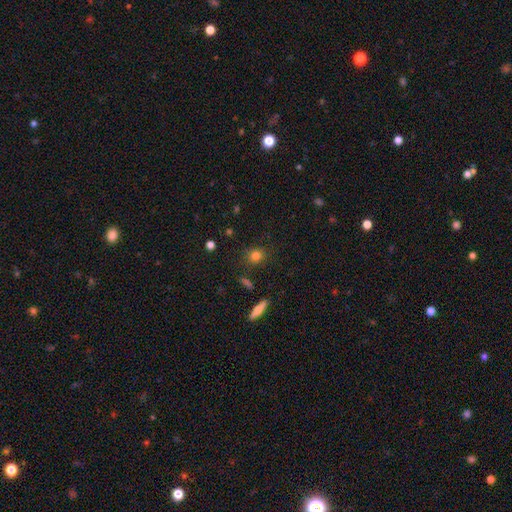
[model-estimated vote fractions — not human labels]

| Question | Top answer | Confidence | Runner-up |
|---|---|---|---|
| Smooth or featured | smooth | 80% | star or artifact (12%) |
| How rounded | round | 70% | in between (28%) |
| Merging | none | 84% | minor disturbance (11%) |